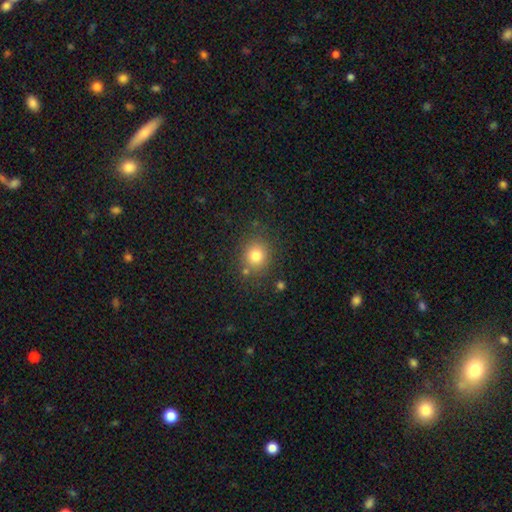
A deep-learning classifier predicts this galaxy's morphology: smooth-or-featured: smooth: 80% | star or artifact: 13% | featured or disk: 8%
  how-rounded: round: 82% | in between: 17% | cigar-shaped: 1%
  merging: none: 81% | minor disturbance: 10% | merger: 5% | major disturbance: 4%